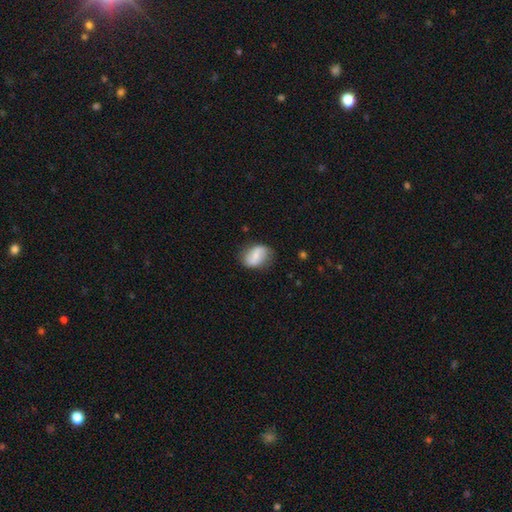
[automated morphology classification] smooth 49%, featured or disk 44%, star or artifact 7%. Down the decision tree: merging — none (73%).